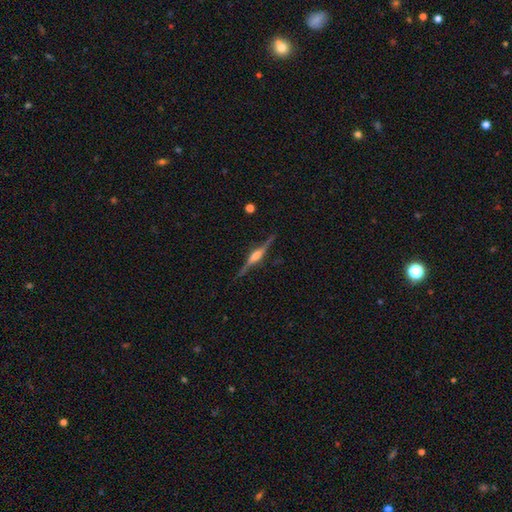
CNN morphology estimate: smooth_or_featured: featured or disk (p=0.82) [alt: smooth p=0.12]
disk_edge_on: yes (p=0.97) [alt: no p=0.03]
edge_on_bulge: rounded (p=0.75) [alt: boxy p=0.21]
merging: none (p=0.85) [alt: minor disturbance p=0.11]